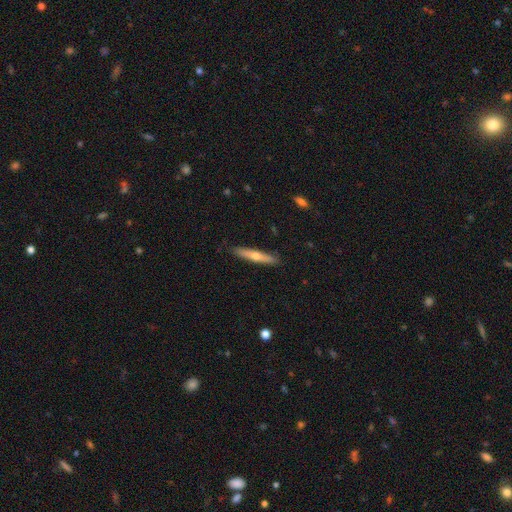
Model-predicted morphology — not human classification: type=featured or disk (49%); merging=none (89%).